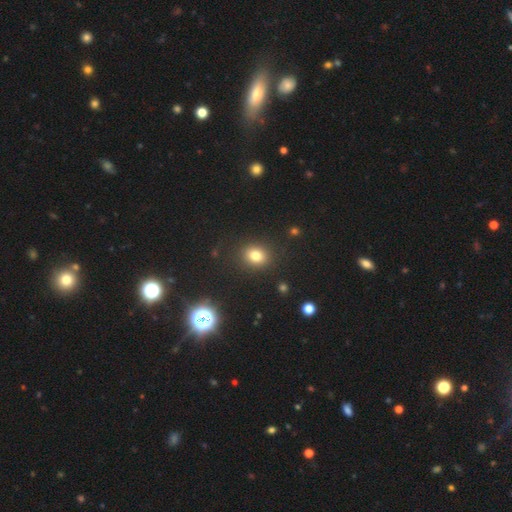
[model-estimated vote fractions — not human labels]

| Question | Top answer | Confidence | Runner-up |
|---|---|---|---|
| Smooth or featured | smooth | 79% | star or artifact (14%) |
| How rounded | round | 59% | in between (40%) |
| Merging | none | 86% | minor disturbance (9%) |